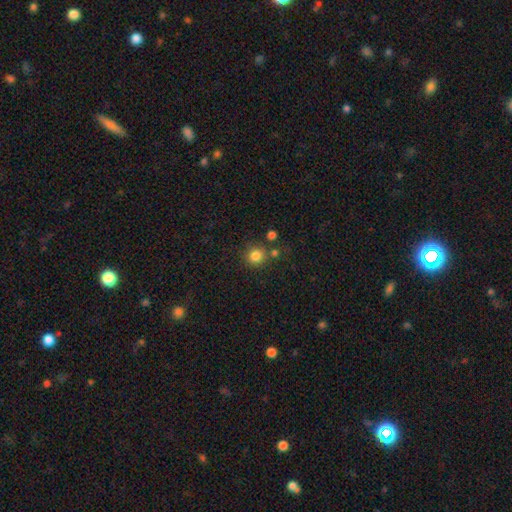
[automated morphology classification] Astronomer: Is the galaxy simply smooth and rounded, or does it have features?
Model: smooth — 82%.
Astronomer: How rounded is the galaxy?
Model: round — 91%.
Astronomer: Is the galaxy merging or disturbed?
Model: none — 73%.